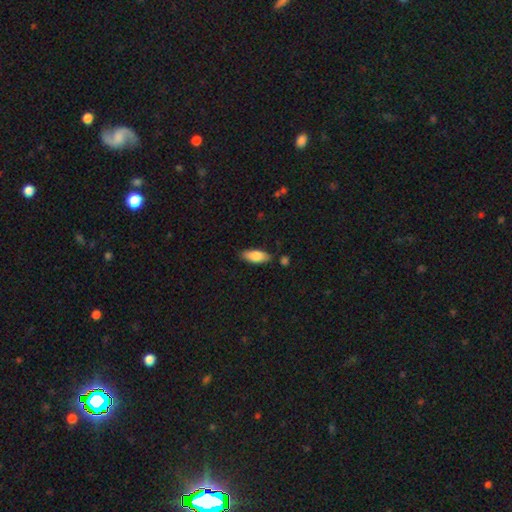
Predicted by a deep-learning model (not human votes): Smooth or featured?
  - smooth: 82% *
  - featured or disk: 12%
  - star or artifact: 6%
How rounded?
  - in between: 78% *
  - cigar-shaped: 20%
  - round: 2%
Merging?
  - none: 80% *
  - minor disturbance: 13%
  - merger: 4%
  - major disturbance: 3%